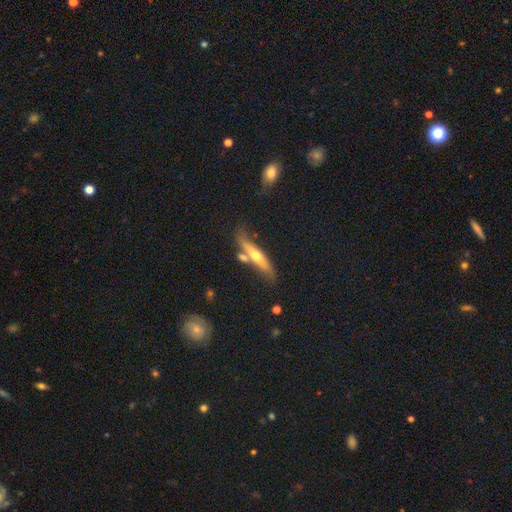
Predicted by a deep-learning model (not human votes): A featured or disk galaxy (53%) viewed edge-on (89%). Merging: none (65%).